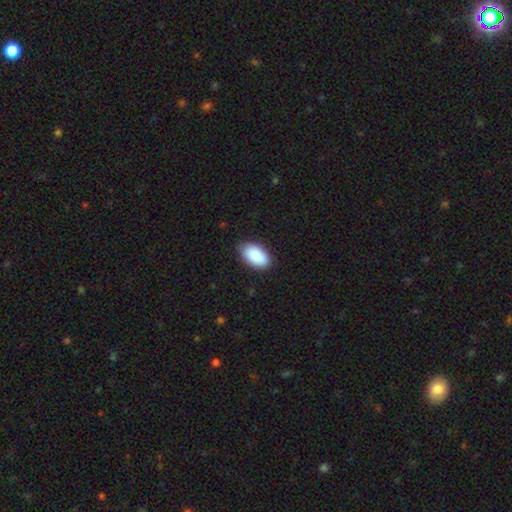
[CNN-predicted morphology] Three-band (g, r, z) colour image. It shows a smooth galaxy with no disk features (90%) that is in between round and cigar-shaped (95%). Merging: none (85%).